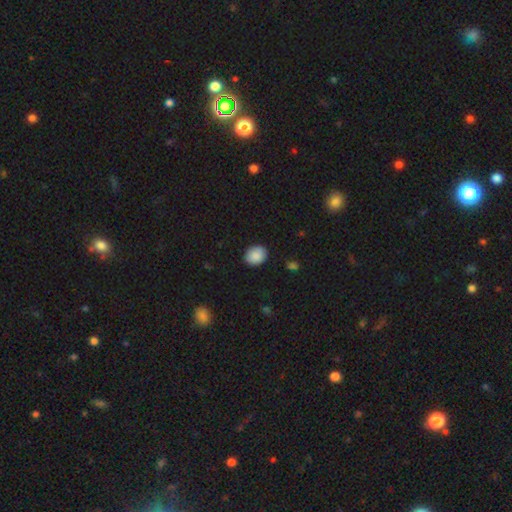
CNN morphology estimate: This appears to be a smooth galaxy with no disk features (89%) that is in between round and cigar-shaped (52%). Merging: none (88%).